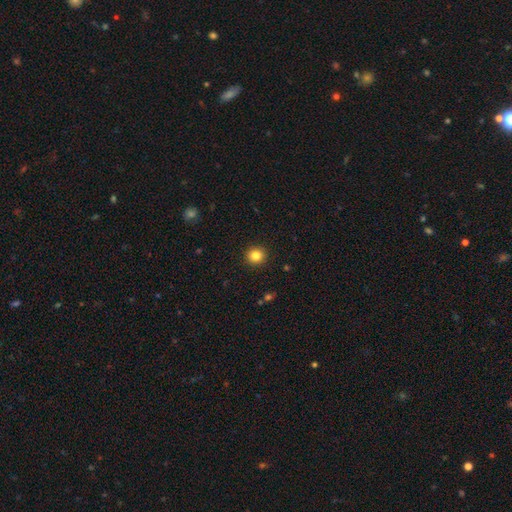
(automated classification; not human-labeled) Smooth or featured? smooth (84%)
How rounded? round (93%)
Merging? none (93%)